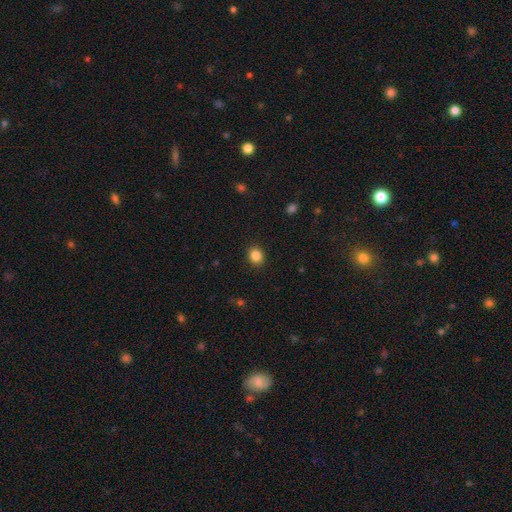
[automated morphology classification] smooth-or-featured: smooth: 85% | star or artifact: 10% | featured or disk: 5%
  how-rounded: round: 68% | in between: 31% | cigar-shaped: 1%
  merging: none: 91% | minor disturbance: 6% | major disturbance: 2% | merger: 1%